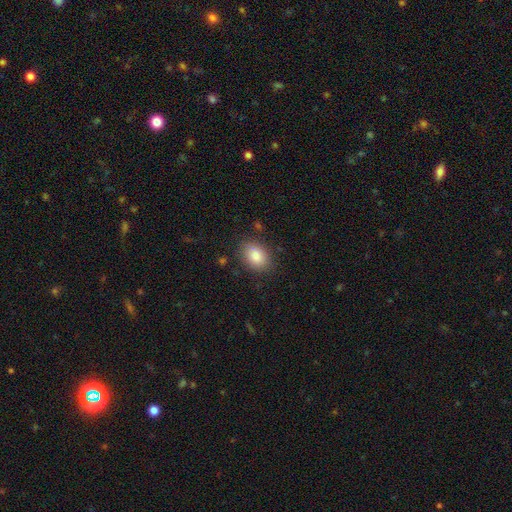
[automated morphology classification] This appears to be a smooth galaxy with no disk features (85%) that is in between round and cigar-shaped (76%). Merging: none (83%).